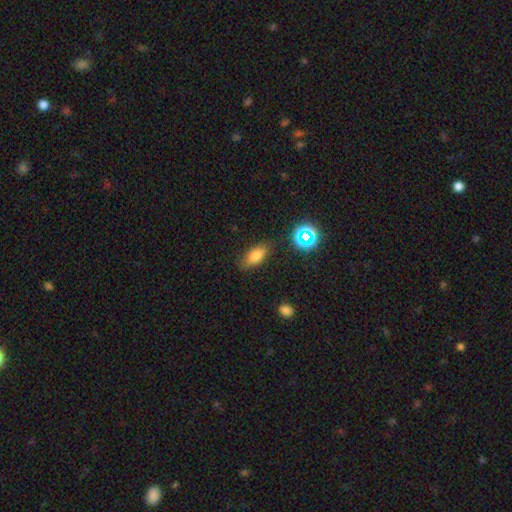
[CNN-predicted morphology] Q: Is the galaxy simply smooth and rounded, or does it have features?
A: smooth — 77%.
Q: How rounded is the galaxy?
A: in between — 84%.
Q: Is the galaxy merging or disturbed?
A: none — 80%.